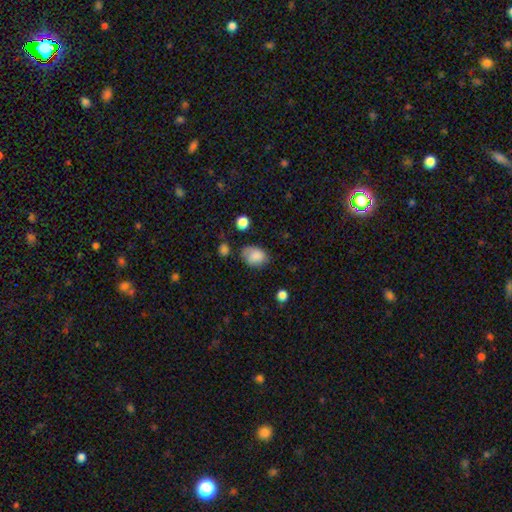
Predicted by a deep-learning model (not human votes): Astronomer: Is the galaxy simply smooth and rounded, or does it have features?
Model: smooth — 85%.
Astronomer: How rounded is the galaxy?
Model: in between — 74%.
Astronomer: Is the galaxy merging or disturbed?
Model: none — 59%.